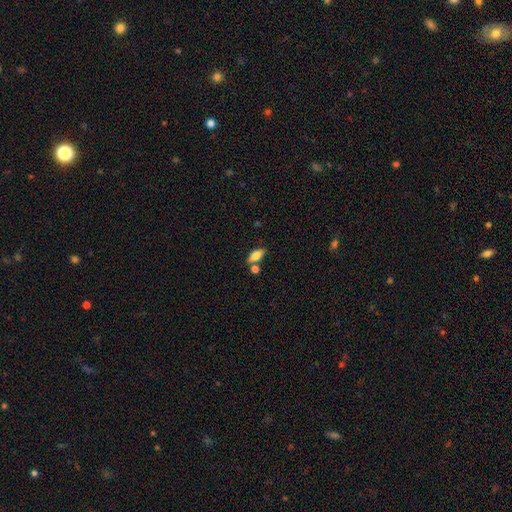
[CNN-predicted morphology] Smooth or featured: smooth — 76% (featured or disk — 17%)
How rounded: in between — 82% (cigar-shaped — 14%)
Merging: none — 67% (merger — 18%)